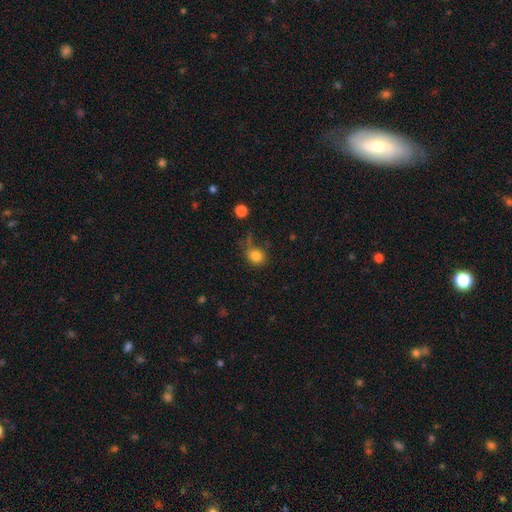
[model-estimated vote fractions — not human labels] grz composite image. It shows a smooth galaxy with no disk features (82%) that is round (76%). Merging: none (58%).